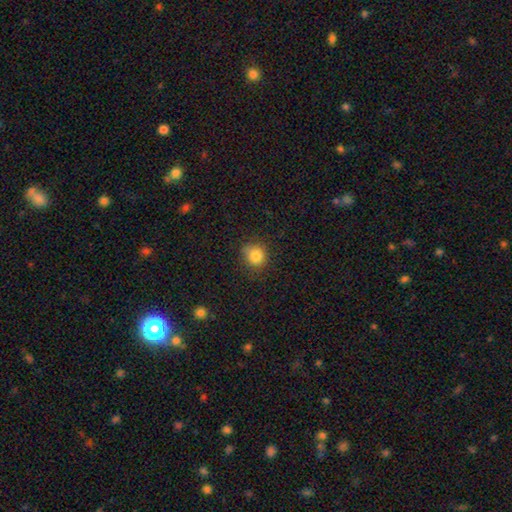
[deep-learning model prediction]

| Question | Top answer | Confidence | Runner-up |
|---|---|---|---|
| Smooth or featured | smooth | 83% | star or artifact (11%) |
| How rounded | round | 83% | in between (16%) |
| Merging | none | 79% | minor disturbance (16%) |